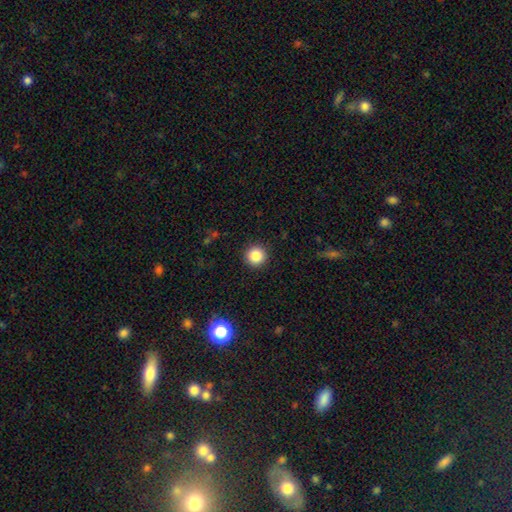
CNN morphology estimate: A smooth galaxy with no disk features (85%) that is round (96%). Merging: none (92%).